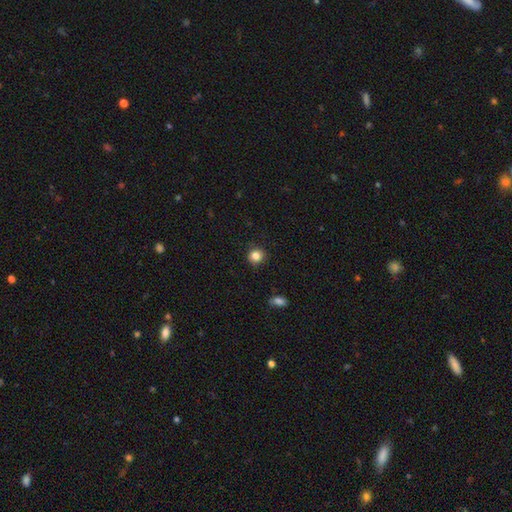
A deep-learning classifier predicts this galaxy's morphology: Q: Smooth or featured?
A: smooth (84%); runner-up: star or artifact (11%)
Q: How rounded?
A: round (92%); runner-up: in between (7%)
Q: Merging?
A: none (91%); runner-up: minor disturbance (6%)